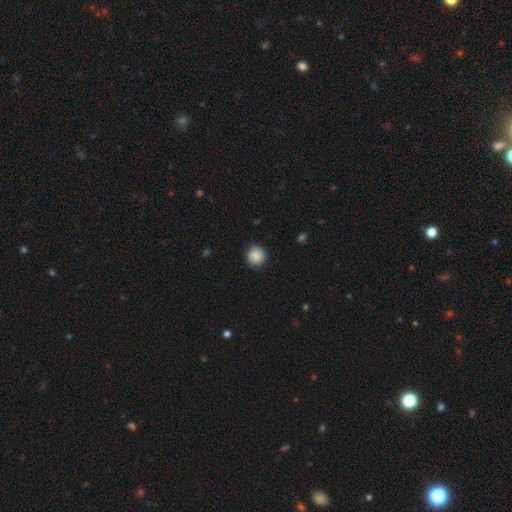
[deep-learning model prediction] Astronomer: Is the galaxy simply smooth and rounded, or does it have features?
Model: smooth — 88%.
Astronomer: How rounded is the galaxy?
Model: round — 92%.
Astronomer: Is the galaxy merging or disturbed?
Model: none — 89%.